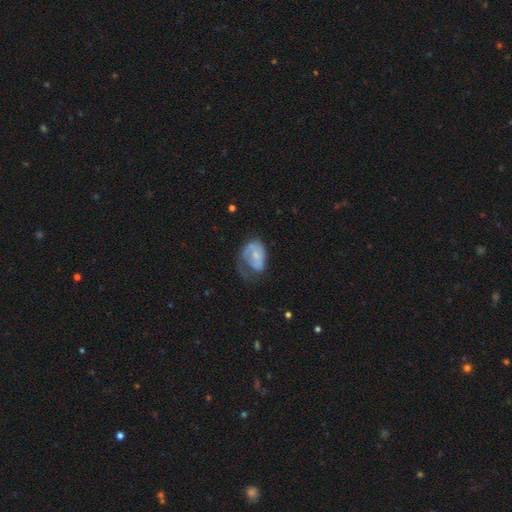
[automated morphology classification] featured or disk 52%, smooth 41%, star or artifact 7%. Down the decision tree: edge-on disk — no (97%); bar — no (72%); spiral arms — yes (57%); bulge size — small (46%); merging — major disturbance (46%).